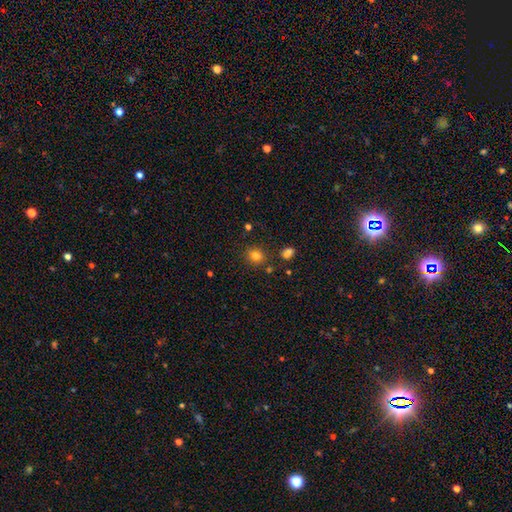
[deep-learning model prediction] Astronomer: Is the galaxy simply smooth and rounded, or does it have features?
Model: smooth — 79%.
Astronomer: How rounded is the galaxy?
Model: round — 74%.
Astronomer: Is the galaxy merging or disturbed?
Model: none — 82%.